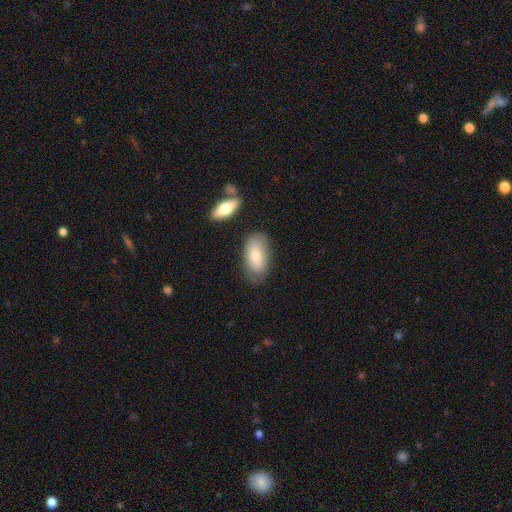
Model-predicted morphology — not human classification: type=smooth (73%); roundness=in between (92%); merging=none (73%).